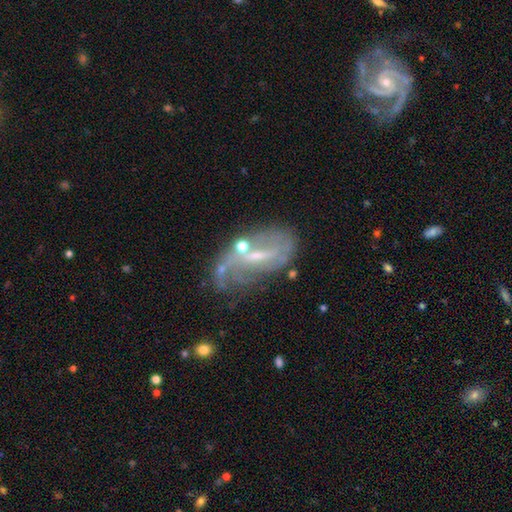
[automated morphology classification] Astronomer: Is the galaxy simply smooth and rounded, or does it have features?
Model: featured or disk — 74%.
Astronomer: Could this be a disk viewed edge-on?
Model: no — 92%.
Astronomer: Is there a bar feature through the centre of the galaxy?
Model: weak — 46% (runner-up: strong, 33%).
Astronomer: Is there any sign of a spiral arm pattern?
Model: yes — 73%.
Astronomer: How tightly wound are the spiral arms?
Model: loose — 45% (runner-up: medium, 34%).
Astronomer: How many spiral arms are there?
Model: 2 — 45% (runner-up: can't tell, 29%).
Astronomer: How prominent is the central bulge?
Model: small — 50% (runner-up: moderate, 29%).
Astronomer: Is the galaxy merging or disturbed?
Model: none — 45% (runner-up: minor disturbance, 24%).